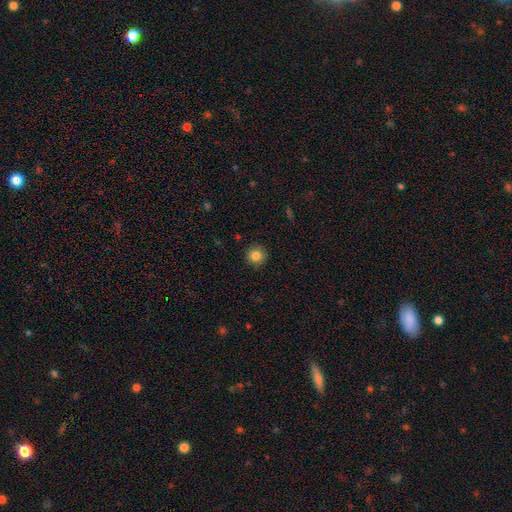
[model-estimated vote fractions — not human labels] smooth-or-featured: smooth: 84% | star or artifact: 10% | featured or disk: 6%
  how-rounded: round: 95% | in between: 4% | cigar-shaped: 1%
  merging: none: 91% | minor disturbance: 6% | major disturbance: 2% | merger: 1%